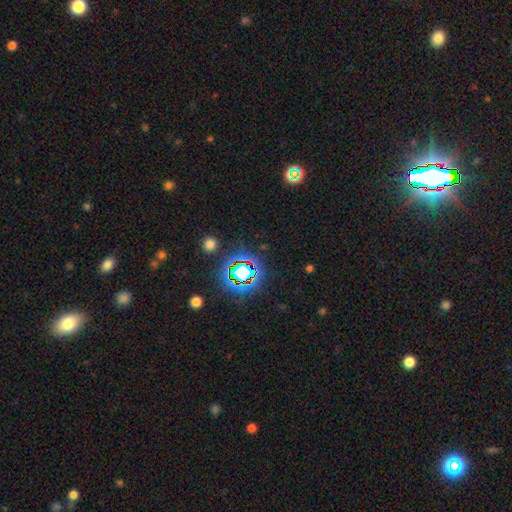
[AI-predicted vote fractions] Smooth or featured? star or artifact (77%)